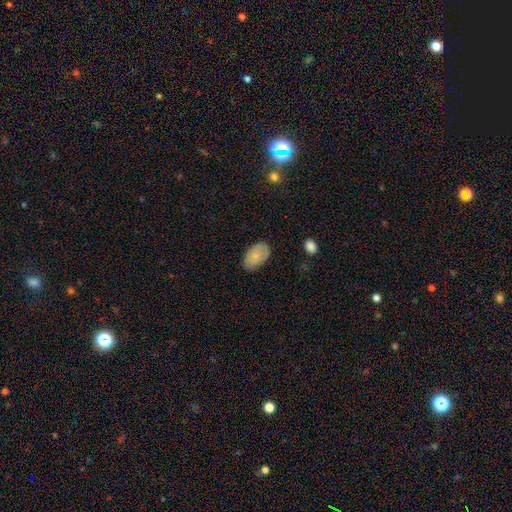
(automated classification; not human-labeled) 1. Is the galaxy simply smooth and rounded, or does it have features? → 78% smooth, 15% featured or disk, 7% star or artifact.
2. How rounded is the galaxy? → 92% in between, 6% round, 1% cigar-shaped.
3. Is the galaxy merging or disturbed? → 75% none, 19% minor disturbance, 4% major disturbance, 1% merger.